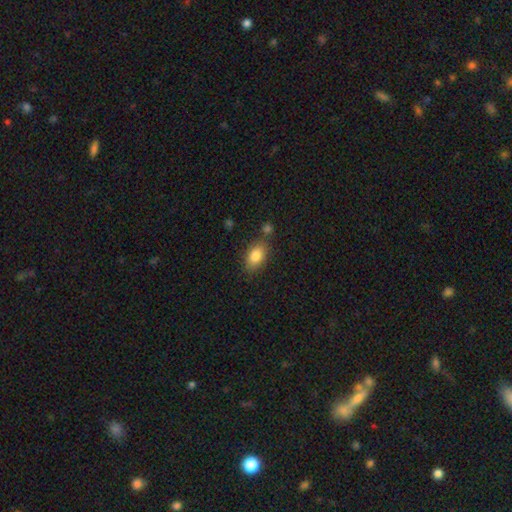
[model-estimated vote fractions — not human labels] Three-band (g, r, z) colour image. It shows a smooth galaxy with no disk features (83%) that is in between round and cigar-shaped (87%). Merging: none (74%).